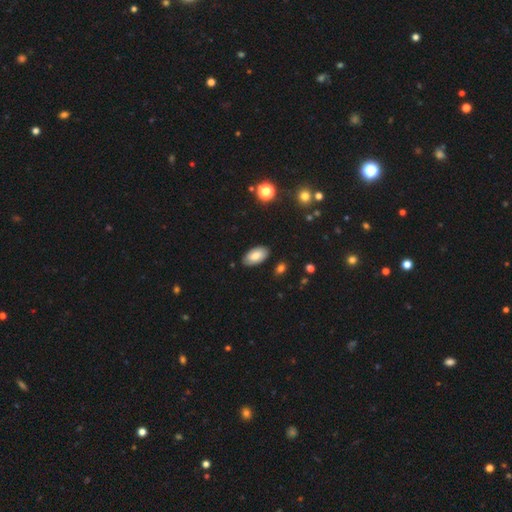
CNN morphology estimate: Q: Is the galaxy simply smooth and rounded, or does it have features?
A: smooth — 75%.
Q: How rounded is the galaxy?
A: in between — 95%.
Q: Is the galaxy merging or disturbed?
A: none — 84%.